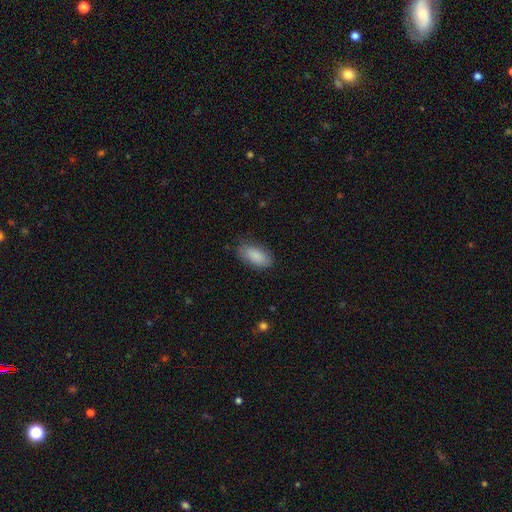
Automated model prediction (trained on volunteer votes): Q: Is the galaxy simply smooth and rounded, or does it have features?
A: smooth — 88%.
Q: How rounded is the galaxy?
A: in between — 92%.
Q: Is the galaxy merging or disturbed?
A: none — 80%.